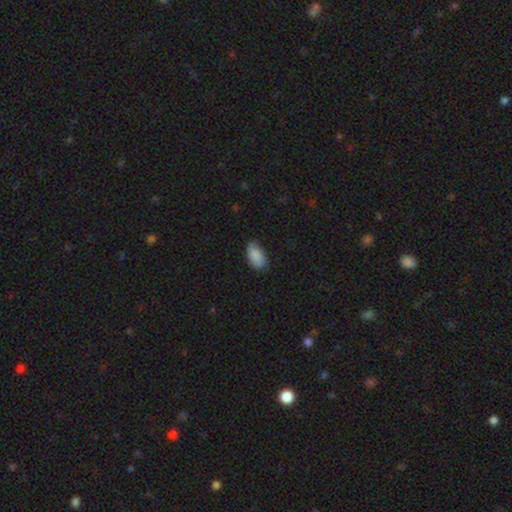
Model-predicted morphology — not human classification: smooth 87%, star or artifact 7%, featured or disk 6%. Down the decision tree: how rounded — in between (94%); merging — none (70%).